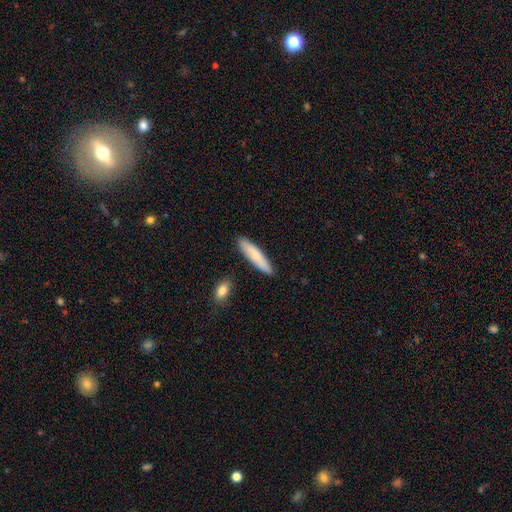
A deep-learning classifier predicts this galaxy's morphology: A smooth galaxy with no disk features (76%) that is cigar-shaped (81%). Merging: none (88%).